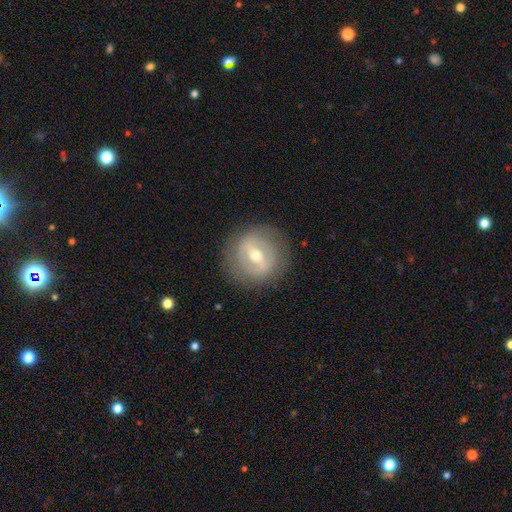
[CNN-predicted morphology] A featured or disk galaxy (70%) with a strong bar (49%), no spiral arms (59%) and a moderate central bulge (62%).

Vote fractions:
- Smooth or featured? featured or disk: 70% / smooth: 23% / star or artifact: 7%
- Edge-on disk? no: 93% / yes: 7%
- Bar? strong: 49% / weak: 39% / no: 12%
- Spiral arms? no: 59% / yes: 41%
- Bulge size? moderate: 62% / small: 33% / large: 3% / dominant: 1% / none: 1%
- Merging? none: 83% / minor disturbance: 11% / major disturbance: 5% / merger: 1%